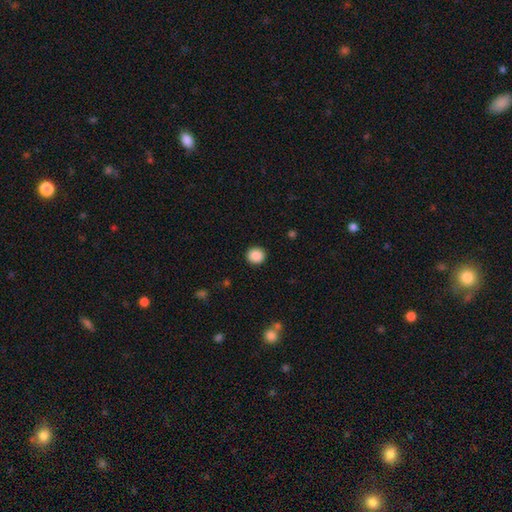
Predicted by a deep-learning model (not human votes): This is clearly a smooth galaxy (88%). How rounded: clearly round (92%). Merging: clearly none (93%).